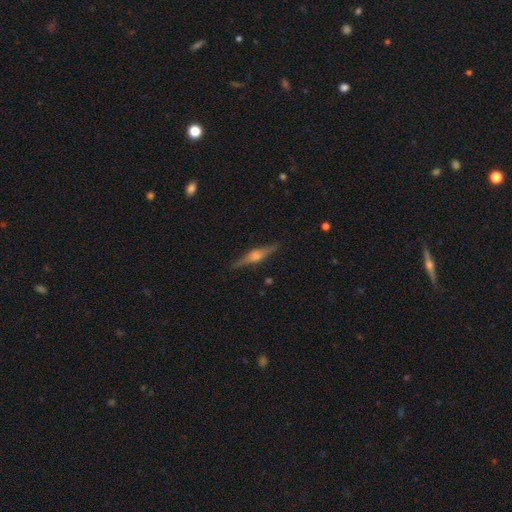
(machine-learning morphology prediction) Smooth or featured? Predicted: featured or disk (p=0.79). Edge-on disk? Predicted: yes (p=0.98). Edge-on bulge? Predicted: rounded (p=0.86). Merging? Predicted: none (p=0.88).